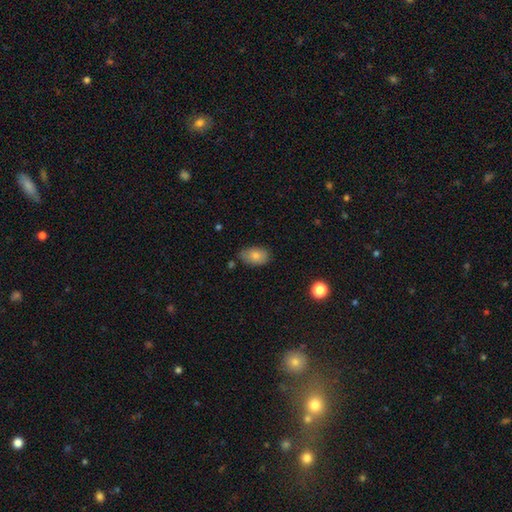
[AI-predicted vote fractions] Q: Smooth or featured?
A: smooth (80%); runner-up: featured or disk (12%)
Q: How rounded?
A: in between (89%); runner-up: round (10%)
Q: Merging?
A: none (74%); runner-up: minor disturbance (21%)